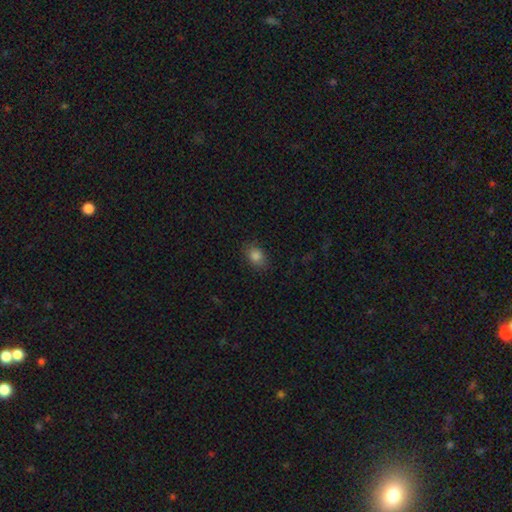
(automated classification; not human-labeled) smooth 84%, star or artifact 11%, featured or disk 5%. Down the decision tree: how rounded — in between (70%); merging — none (83%).